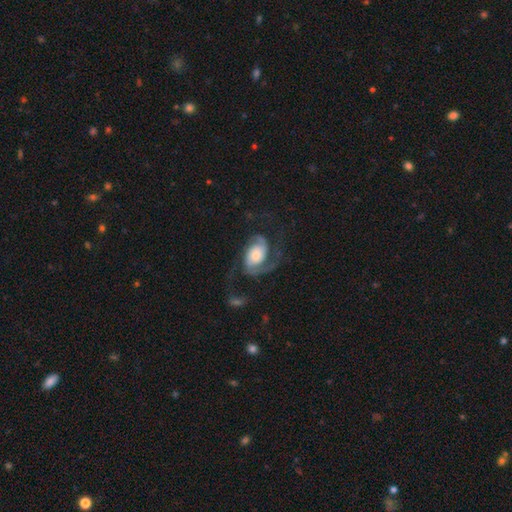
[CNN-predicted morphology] Q: Smooth or featured?
A: featured or disk (80%); runner-up: smooth (14%)
Q: Edge-on disk?
A: no (97%); runner-up: yes (3%)
Q: Bar?
A: no (65%); runner-up: weak (26%)
Q: Spiral arms?
A: yes (95%); runner-up: no (5%)
Q: Spiral winding?
A: medium (46%); runner-up: loose (33%)
Q: Spiral arm count?
A: 2 (78%); runner-up: 1 (8%)
Q: Bulge size?
A: moderate (41%); runner-up: large (28%)
Q: Merging?
A: none (51%); runner-up: major disturbance (30%)